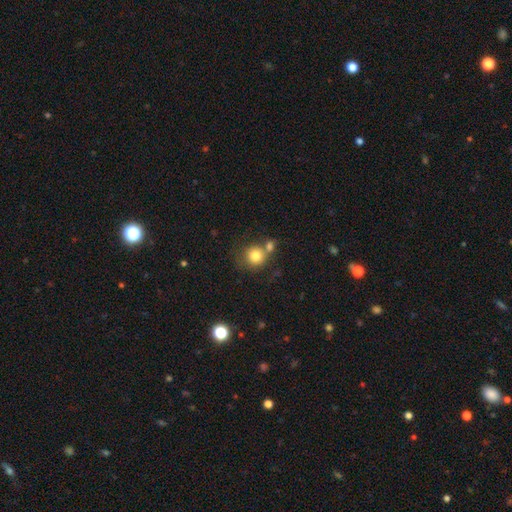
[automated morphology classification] Smooth or featured? Predicted: smooth (p=0.80). How rounded? Predicted: round (p=0.89). Merging? Predicted: none (p=0.51).